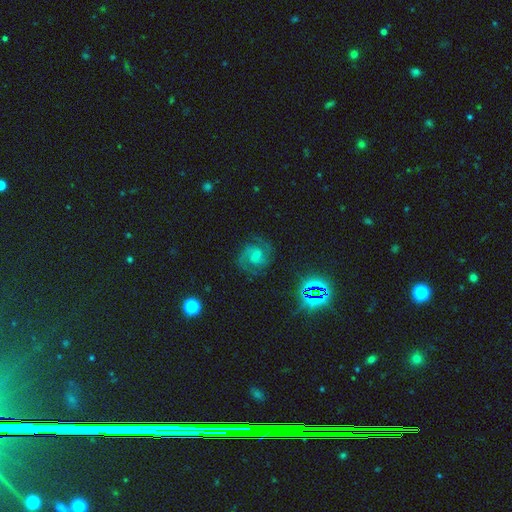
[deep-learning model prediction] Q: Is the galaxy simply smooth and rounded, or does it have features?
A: featured or disk — 78%.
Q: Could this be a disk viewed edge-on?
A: no — 98%.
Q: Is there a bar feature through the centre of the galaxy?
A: weak — 48%.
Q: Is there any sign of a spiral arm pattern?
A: yes — 97%.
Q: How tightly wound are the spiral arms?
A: medium — 51%.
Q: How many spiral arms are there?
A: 2 — 84%.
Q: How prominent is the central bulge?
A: small — 48%.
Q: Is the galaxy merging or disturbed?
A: none — 80%.